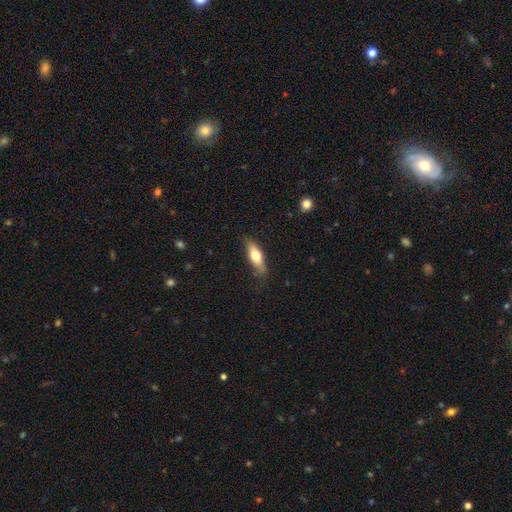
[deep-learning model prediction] Morphology: type=smooth (64%); roundness=in between (57%); merging=none (79%).